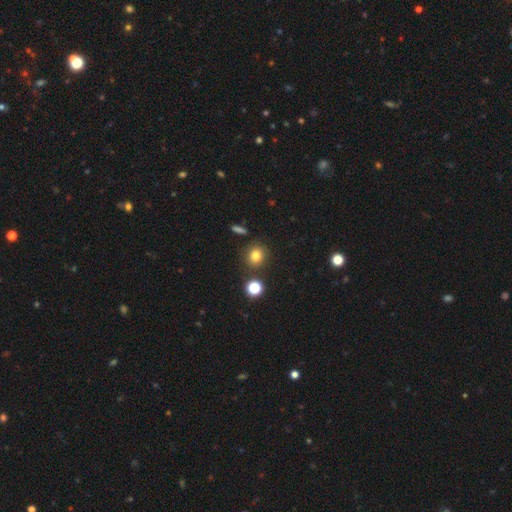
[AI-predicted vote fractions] Overall: smooth (78%). How rounded: round (84%). Merging: none (84%).